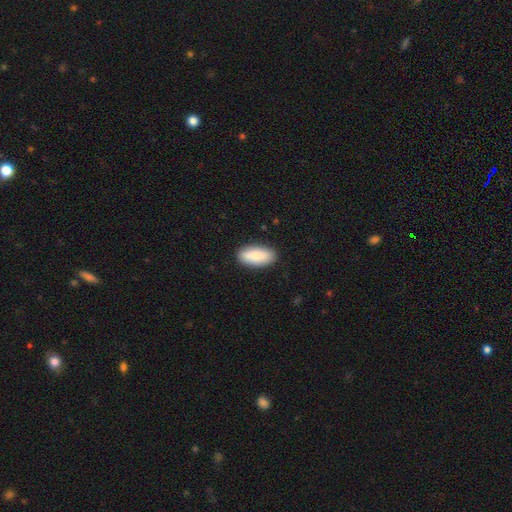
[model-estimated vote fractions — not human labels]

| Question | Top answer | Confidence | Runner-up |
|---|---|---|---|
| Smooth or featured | smooth | 87% | featured or disk (7%) |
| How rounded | in between | 90% | cigar-shaped (8%) |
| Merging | none | 87% | minor disturbance (10%) |